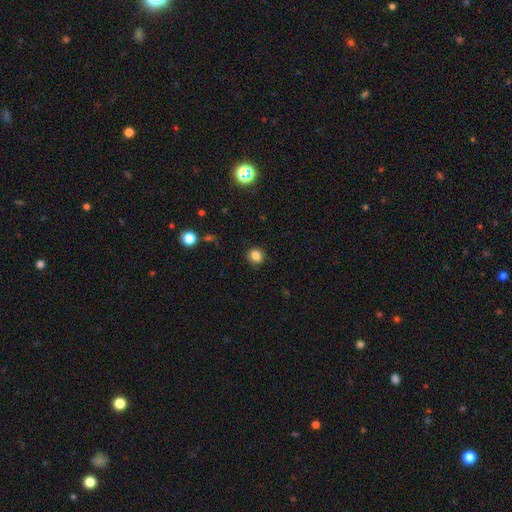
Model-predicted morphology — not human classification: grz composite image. It shows a smooth galaxy with no disk features (83%) that is round (79%). Merging: none (88%).